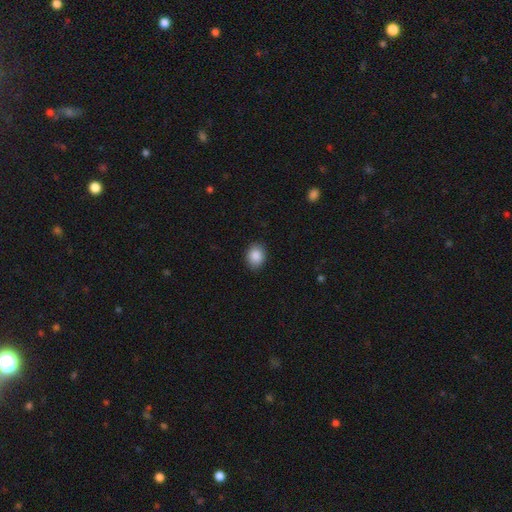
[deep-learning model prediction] A smooth galaxy with no disk features (88%) that is in between round and cigar-shaped (55%). Merging: none (89%).